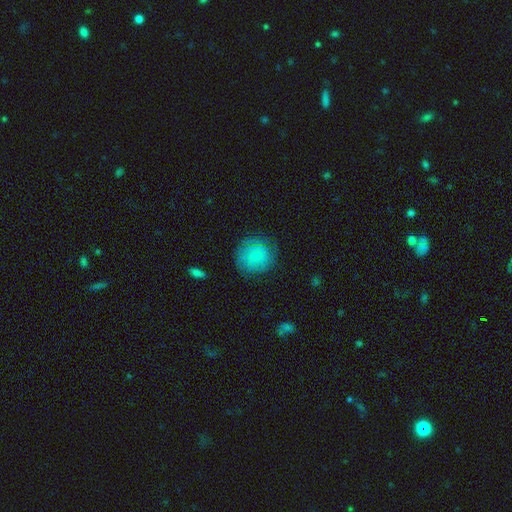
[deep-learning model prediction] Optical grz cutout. It shows a smooth galaxy with no disk features (62%) that is round (92%). Merging: none (76%).